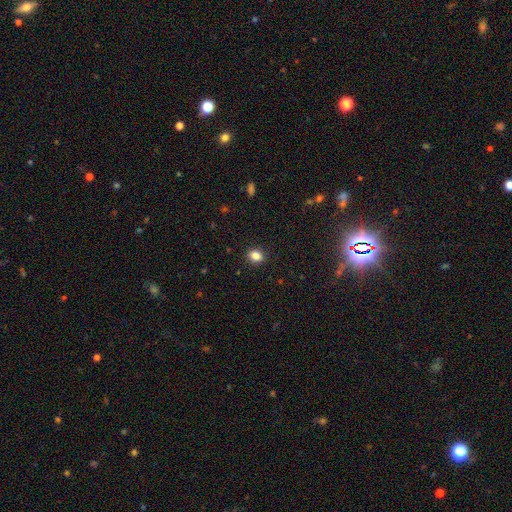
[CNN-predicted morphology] This is clearly a smooth galaxy (85%). How rounded: possibly round (55%). Merging: clearly none (90%).